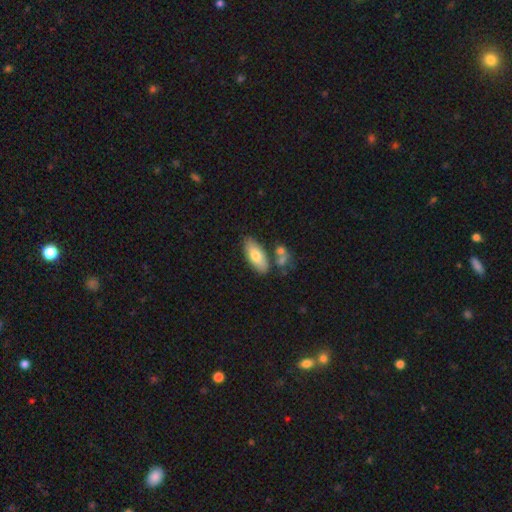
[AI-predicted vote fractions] The model was most divided on "smooth or featured": smooth: 72%, featured or disk: 22%, star or artifact: 6%. More confident: how rounded — in between (82%); merging — none (71%).